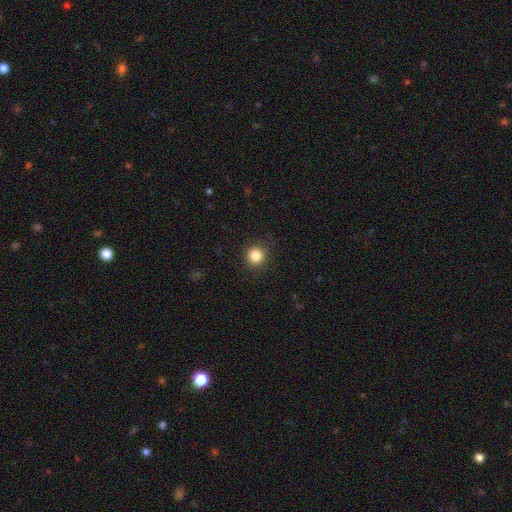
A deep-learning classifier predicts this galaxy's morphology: Smooth or featured?
  - smooth: 85% *
  - star or artifact: 11%
  - featured or disk: 4%
How rounded?
  - round: 94% *
  - in between: 5%
  - cigar-shaped: 1%
Merging?
  - none: 89% *
  - minor disturbance: 7%
  - major disturbance: 3%
  - merger: 1%